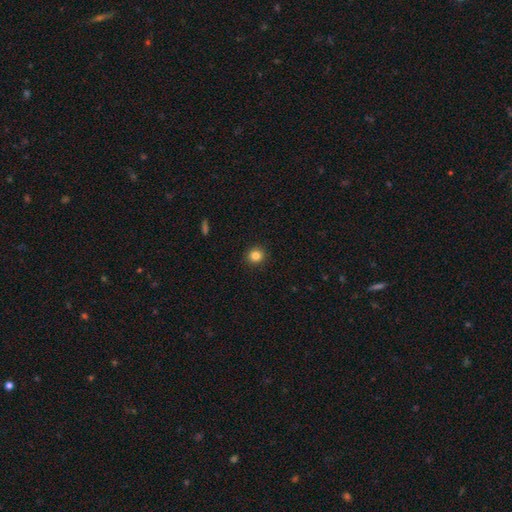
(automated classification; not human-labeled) Q: Smooth or featured?
A: smooth (84%); runner-up: star or artifact (11%)
Q: How rounded?
A: round (92%); runner-up: in between (7%)
Q: Merging?
A: none (92%); runner-up: minor disturbance (5%)